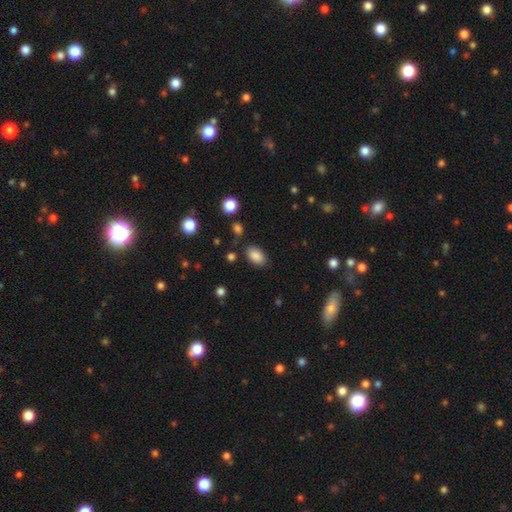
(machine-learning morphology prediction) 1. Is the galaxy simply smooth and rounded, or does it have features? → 86% smooth, 9% star or artifact, 5% featured or disk.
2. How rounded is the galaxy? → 88% in between, 10% round, 1% cigar-shaped.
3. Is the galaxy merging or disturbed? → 83% none, 11% minor disturbance, 3% major disturbance, 2% merger.